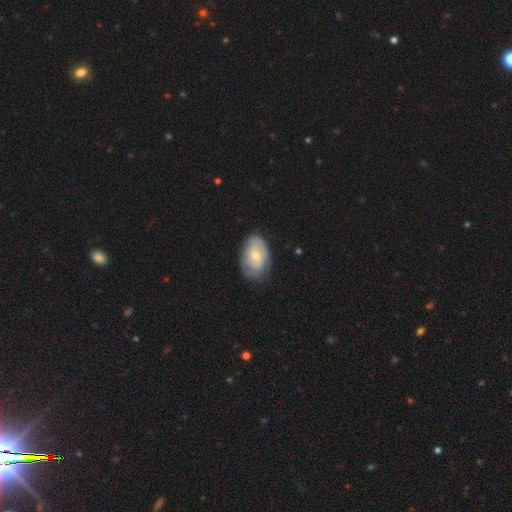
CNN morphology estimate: type=smooth (47%, tied with featured or disk); merging=none (65%).